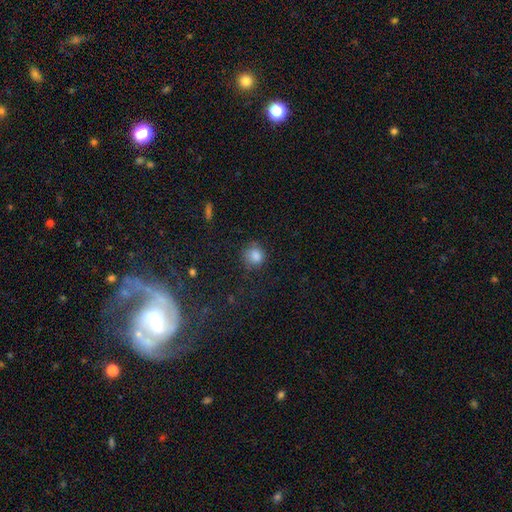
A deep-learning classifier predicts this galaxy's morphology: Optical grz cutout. It shows a smooth galaxy with no disk features (84%) that is round (87%). Merging: none (71%).